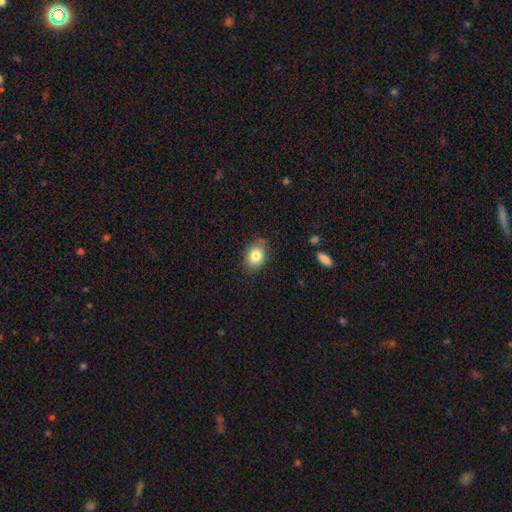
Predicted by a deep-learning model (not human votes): This appears to be a smooth galaxy with no disk features (83%) that is in between round and cigar-shaped (51%). Merging: none (79%).